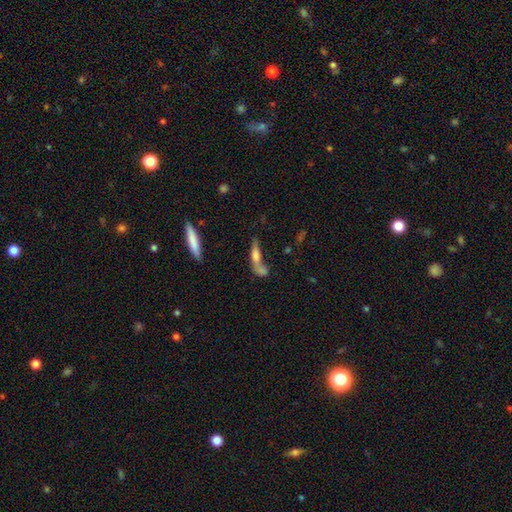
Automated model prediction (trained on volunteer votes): Smooth or featured?
  - smooth: 61% *
  - featured or disk: 28%
  - star or artifact: 11%
How rounded?
  - cigar-shaped: 60% *
  - in between: 35%
  - round: 5%
Merging?
  - merger: 45% *
  - none: 33%
  - minor disturbance: 12%
  - major disturbance: 9%